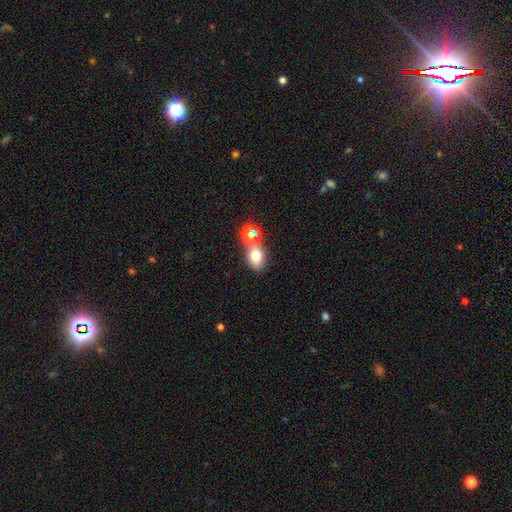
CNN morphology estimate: A smooth galaxy with no disk features (74%) that is in between round and cigar-shaped (63%).

Vote fractions:
- Smooth or featured? smooth: 74% / star or artifact: 15% / featured or disk: 11%
- How rounded? in between: 63% / round: 36% / cigar-shaped: 1%
- Merging? none: 56% / merger: 28% / minor disturbance: 11% / major disturbance: 4%